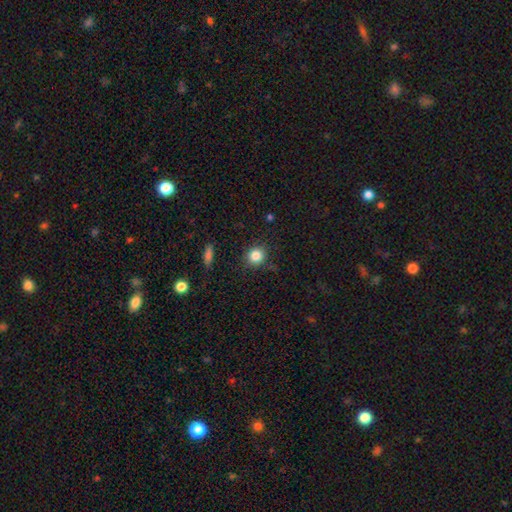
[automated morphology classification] Overall: smooth (84%). How rounded: round (85%). Merging: none (86%).